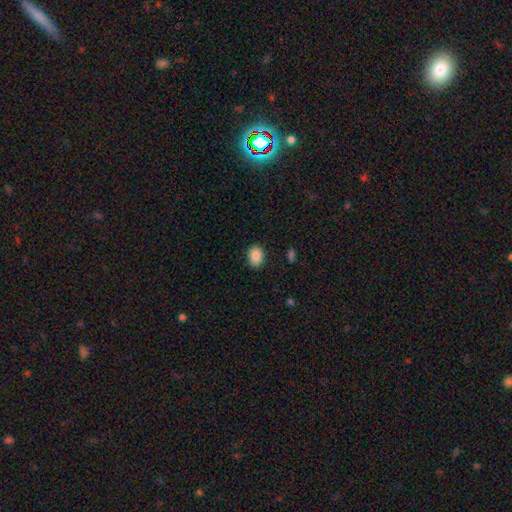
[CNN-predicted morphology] Smooth or featured? Predicted: smooth (p=0.88). How rounded? Predicted: in between (p=0.64). Merging? Predicted: none (p=0.87).